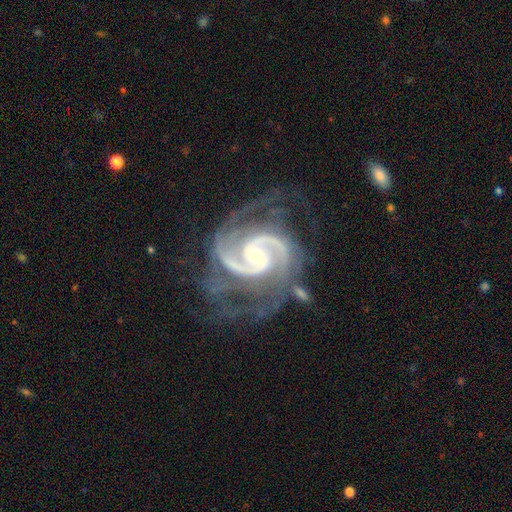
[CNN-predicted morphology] smooth-or-featured: featured or disk: 94% | star or artifact: 4% | smooth: 2%
  disk-edge-on: no: 98% | yes: 2%
    bar: no: 47% | weak: 36% | strong: 17%
    has-spiral-arms: yes: 99% | no: 1%
      spiral-winding: medium: 51% | tight: 42% | loose: 7%
      spiral-arm-count: 2: 71% | 3: 14% | can't tell: 5% | 4: 4% | more than 4: 3% | 1: 3%
    bulge-size: small: 49% | moderate: 48% | large: 2% | none: 1% | dominant: 1%
  merging: none: 60% | minor disturbance: 21% | major disturbance: 16% | merger: 3%